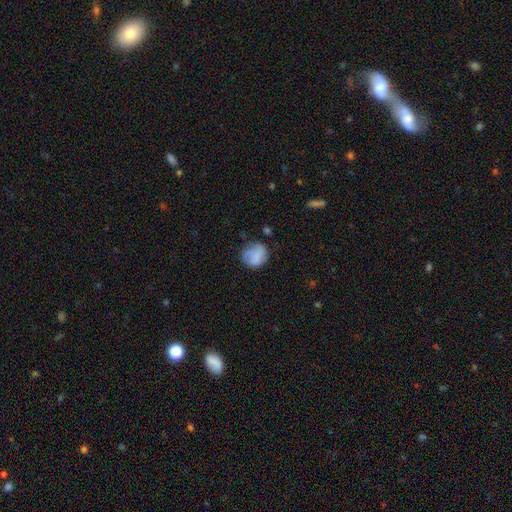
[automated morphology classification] Overall: smooth (78%). How rounded: round (77%). Merging: none (60%; minor disturbance 27%).